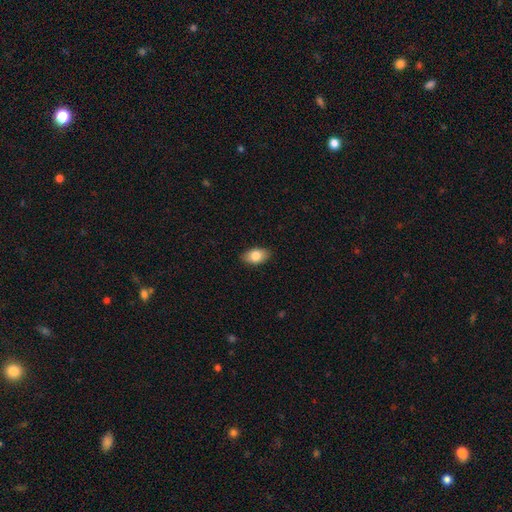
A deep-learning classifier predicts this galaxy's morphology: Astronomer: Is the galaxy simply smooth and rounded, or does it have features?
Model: smooth — 82%.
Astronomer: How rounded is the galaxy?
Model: in between — 91%.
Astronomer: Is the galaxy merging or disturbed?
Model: none — 88%.